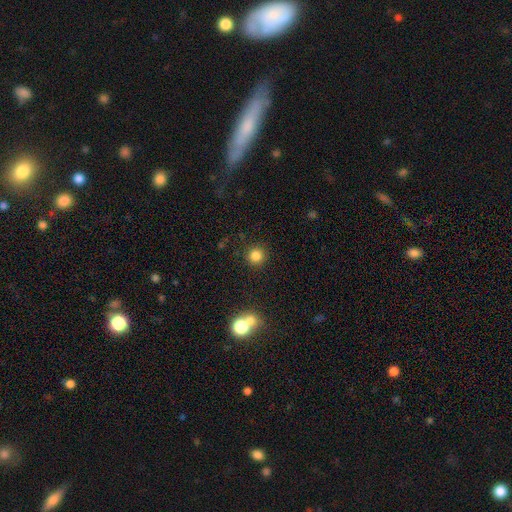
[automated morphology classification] A smooth galaxy with no disk features (81%) that is round (94%). Merging: none (89%).